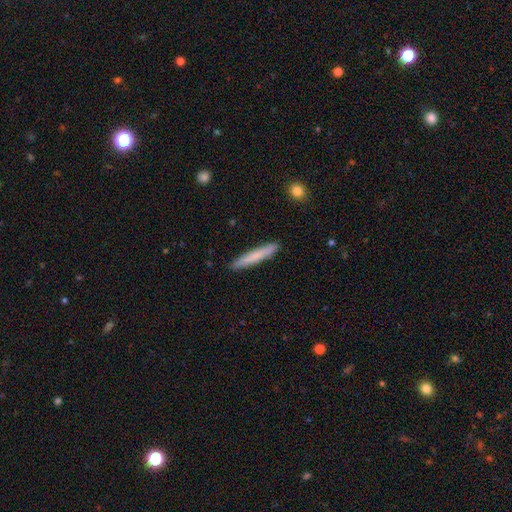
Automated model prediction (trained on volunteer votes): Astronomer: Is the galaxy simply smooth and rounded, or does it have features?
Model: smooth — 74%.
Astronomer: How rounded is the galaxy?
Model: cigar-shaped — 95%.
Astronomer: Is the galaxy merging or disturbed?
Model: none — 90%.